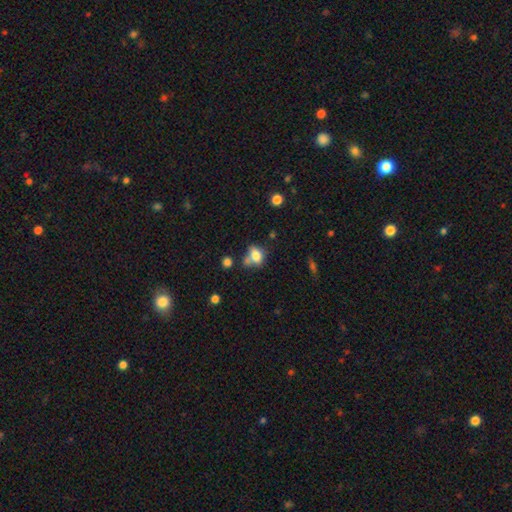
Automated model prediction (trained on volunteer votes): Q: Smooth or featured?
A: smooth (75%); runner-up: featured or disk (14%)
Q: How rounded?
A: in between (66%); runner-up: round (31%)
Q: Merging?
A: none (43%); runner-up: merger (27%)